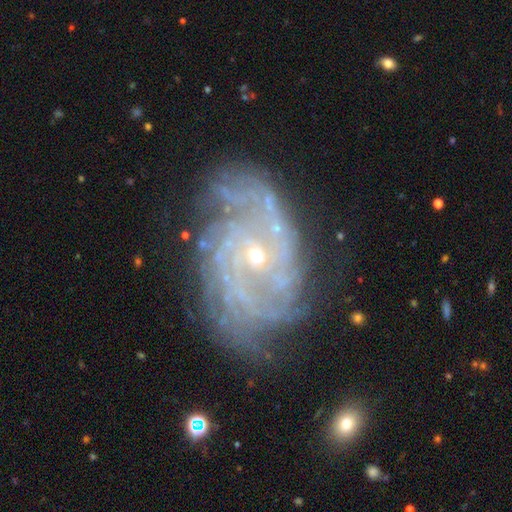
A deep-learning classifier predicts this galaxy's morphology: smooth-or-featured: featured or disk: 86% | star or artifact: 8% | smooth: 6%
  disk-edge-on: no: 97% | yes: 3%
    bar: no: 71% | weak: 22% | strong: 7%
    has-spiral-arms: yes: 94% | no: 6%
      spiral-winding: tight: 60% | medium: 30% | loose: 10%
      spiral-arm-count: can't tell: 31% | more than 4: 19% | 4: 16% | 2: 14% | 3: 13% | 1: 7%
    bulge-size: small: 80% | moderate: 16% | none: 2% | large: 1% | dominant: 1%
  merging: none: 64% | minor disturbance: 21% | major disturbance: 13% | merger: 2%